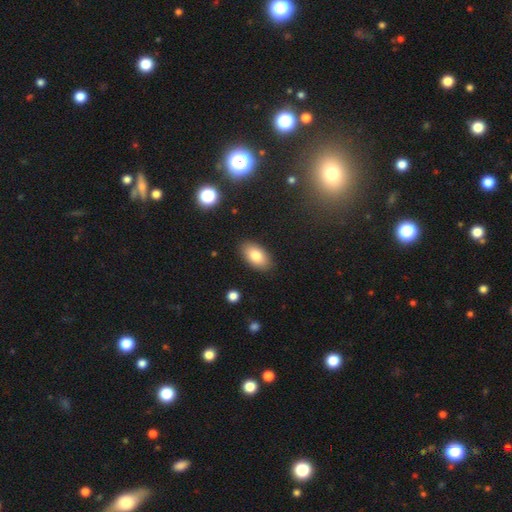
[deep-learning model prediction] Smooth or featured? smooth (81%)
How rounded? in between (94%)
Merging? none (87%)